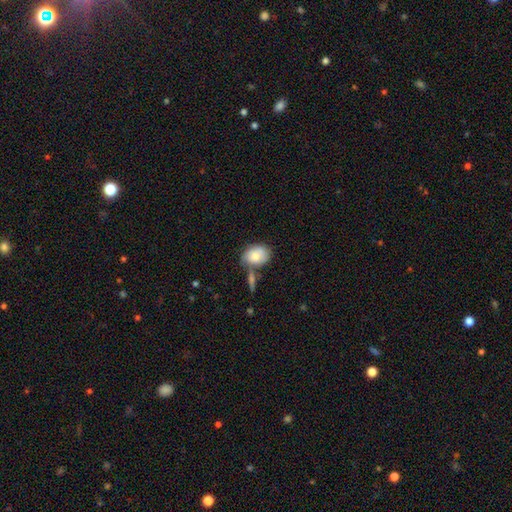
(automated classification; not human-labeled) Smooth or featured? Predicted: smooth (p=0.77). How rounded? Predicted: in between (p=0.72). Merging? Predicted: none (p=0.51).